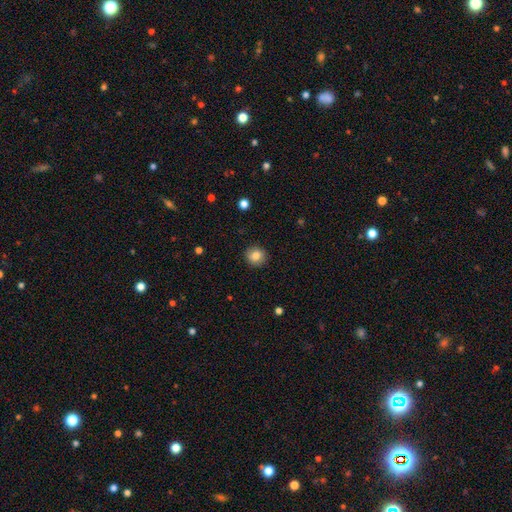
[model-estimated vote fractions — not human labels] The model was most divided on "smooth or featured": smooth: 82%, star or artifact: 9%, featured or disk: 8%. More confident: merging — none (91%); how rounded — round (88%).